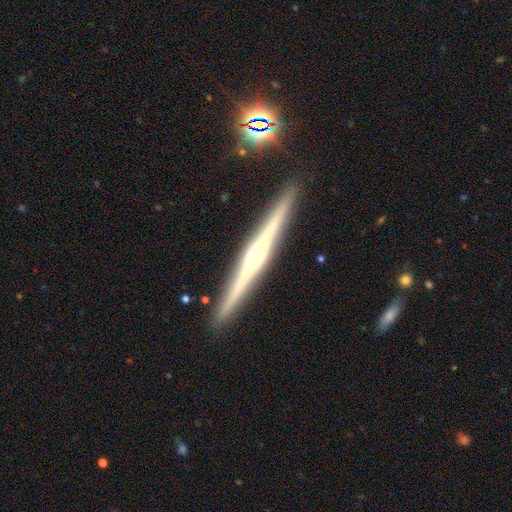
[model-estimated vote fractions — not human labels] featured or disk 83%, smooth 11%, star or artifact 6%. Down the decision tree: edge-on disk — yes (99%); edge-on bulge — rounded (84%); merging — none (92%).